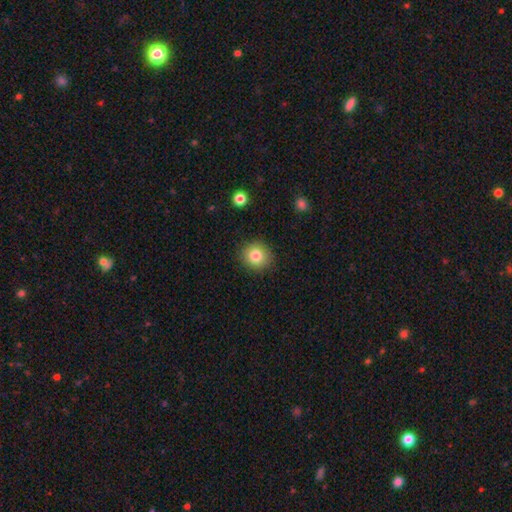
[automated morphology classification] smooth 82%, star or artifact 10%, featured or disk 8%. Down the decision tree: how rounded — round (88%); merging — none (89%).